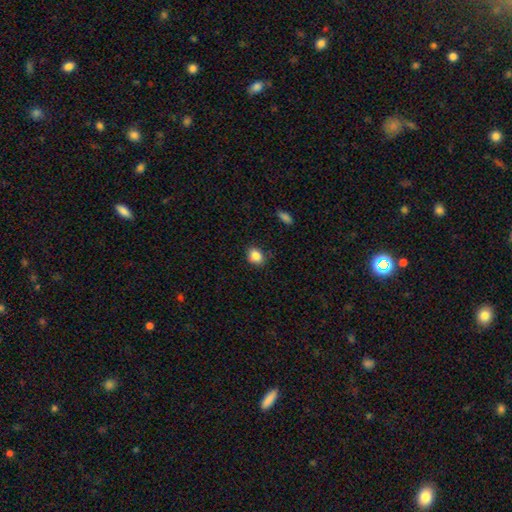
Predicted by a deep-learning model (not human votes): The model was most divided on "how rounded": in between: 56%, round: 43%, cigar-shaped: 1%. More confident: smooth or featured — smooth (85%); merging — none (78%).